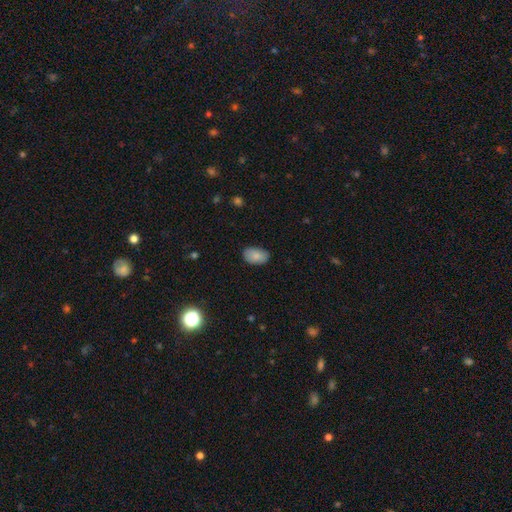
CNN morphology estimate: Smooth or featured?
  - smooth: 85% *
  - featured or disk: 8%
  - star or artifact: 7%
How rounded?
  - in between: 91% *
  - round: 7%
  - cigar-shaped: 1%
Merging?
  - none: 83% *
  - minor disturbance: 13%
  - major disturbance: 2%
  - merger: 1%